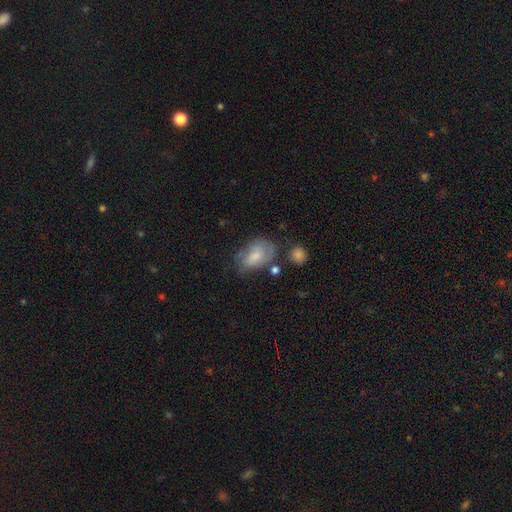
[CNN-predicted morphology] This appears to be a smooth galaxy with no disk features (62%) that is in between round and cigar-shaped (88%). Merging: none (49%).